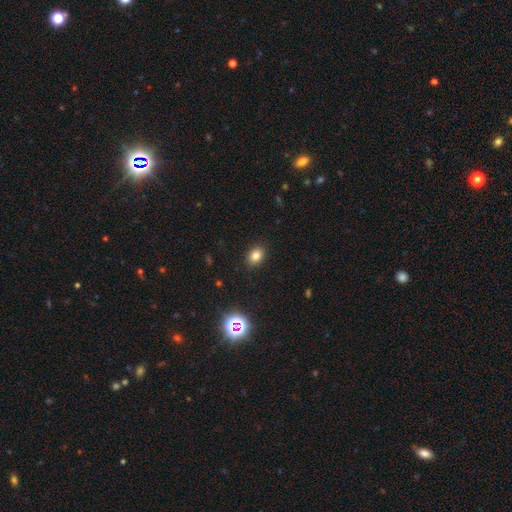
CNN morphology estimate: smooth-or-featured: smooth: 79% | star or artifact: 14% | featured or disk: 6%
  how-rounded: in between: 62% | round: 37% | cigar-shaped: 1%
  merging: none: 89% | minor disturbance: 8% | major disturbance: 2% | merger: 1%